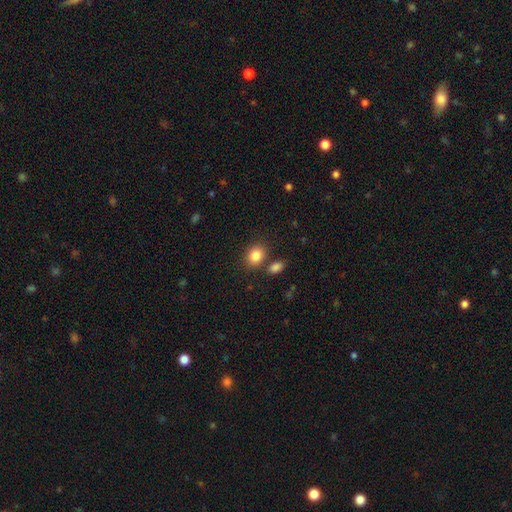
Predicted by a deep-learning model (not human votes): A smooth galaxy with no disk features (85%) that is in between round and cigar-shaped (51%). Merging: none (74%).